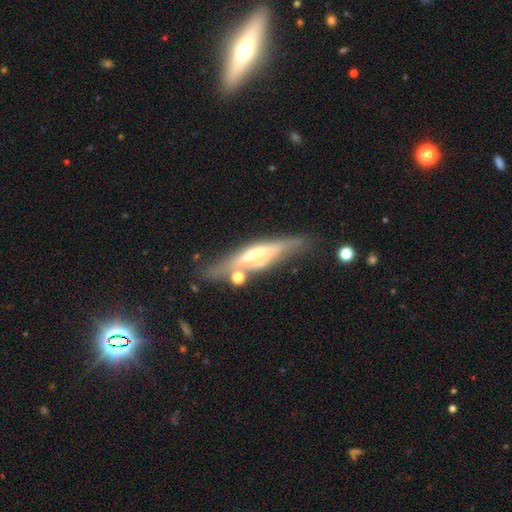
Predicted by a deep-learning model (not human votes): A featured or disk galaxy (65%) viewed edge-on (88%) with a rounded central bulge (59%).

Vote fractions:
- Smooth or featured? featured or disk: 65% / smooth: 27% / star or artifact: 7%
- Edge-on disk? yes: 88% / no: 12%
- Edge-on bulge? rounded: 59% / boxy: 26% / none: 14%
- Merging? none: 66% / minor disturbance: 18% / merger: 9% / major disturbance: 7%